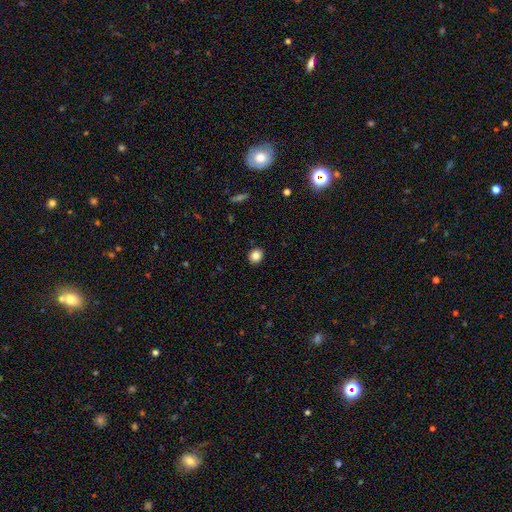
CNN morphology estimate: Smooth or featured? Predicted: smooth (p=0.84). How rounded? Predicted: round (p=0.75). Merging? Predicted: none (p=0.91).